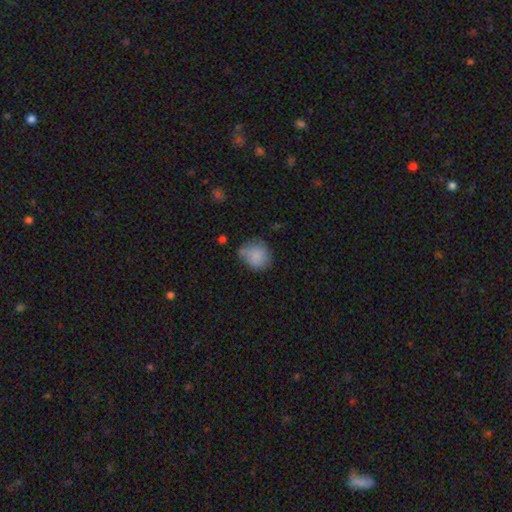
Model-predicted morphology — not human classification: Smooth or featured?
  - smooth: 81% *
  - featured or disk: 10%
  - star or artifact: 9%
How rounded?
  - round: 74% *
  - in between: 25%
  - cigar-shaped: 1%
Merging?
  - none: 52% *
  - minor disturbance: 33%
  - major disturbance: 10%
  - merger: 5%